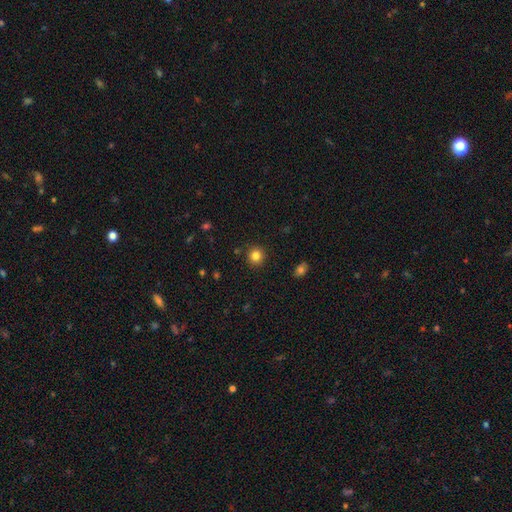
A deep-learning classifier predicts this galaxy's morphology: smooth 83%, star or artifact 12%, featured or disk 5%. Down the decision tree: how rounded — round (91%); merging — none (90%).